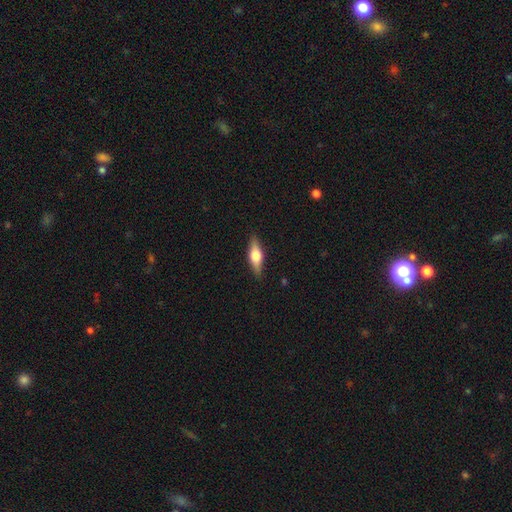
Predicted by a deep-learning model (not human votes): Smooth or featured?
  - featured or disk: 49% *
  - smooth: 45%
  - star or artifact: 6%
Merging?
  - none: 87% *
  - minor disturbance: 10%
  - major disturbance: 2%
  - merger: 1%